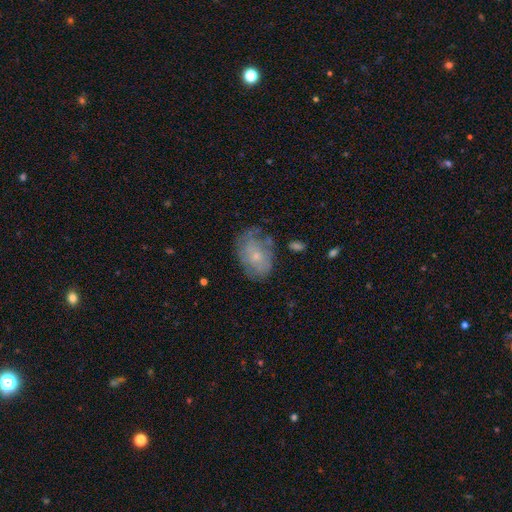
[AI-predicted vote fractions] Morphology: type=smooth (51%); roundness=in between (80%); merging=none (49%).